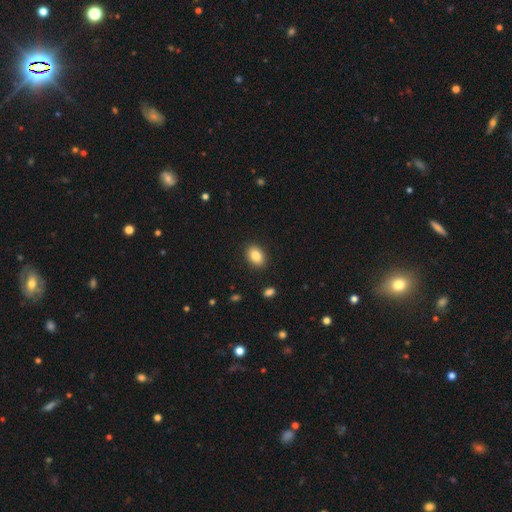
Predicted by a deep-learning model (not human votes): The model was most divided on "how rounded": in between: 80%, round: 19%, cigar-shaped: 1%. More confident: merging — none (89%); smooth or featured — smooth (86%).